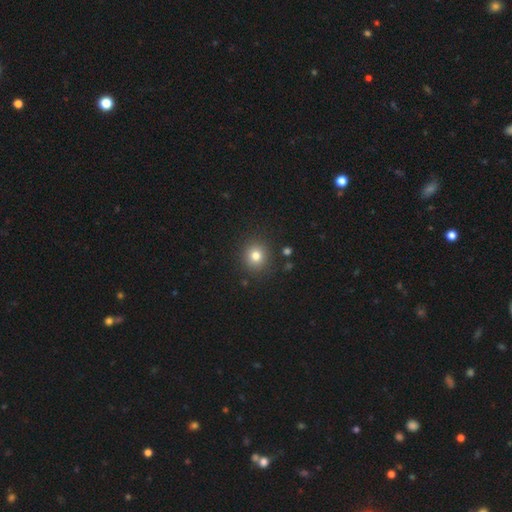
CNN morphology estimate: Q: Smooth or featured?
A: smooth (79%); runner-up: star or artifact (14%)
Q: How rounded?
A: round (88%); runner-up: in between (11%)
Q: Merging?
A: none (88%); runner-up: minor disturbance (7%)